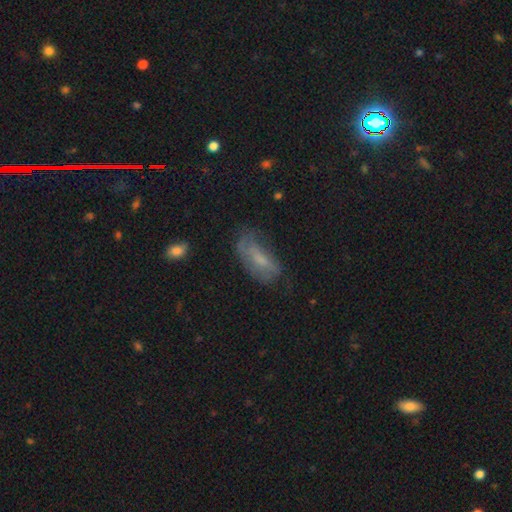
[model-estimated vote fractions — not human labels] smooth-or-featured: smooth: 47% | featured or disk: 38% | star or artifact: 15%
  merging: none: 52% | minor disturbance: 29% | major disturbance: 17% | merger: 2%